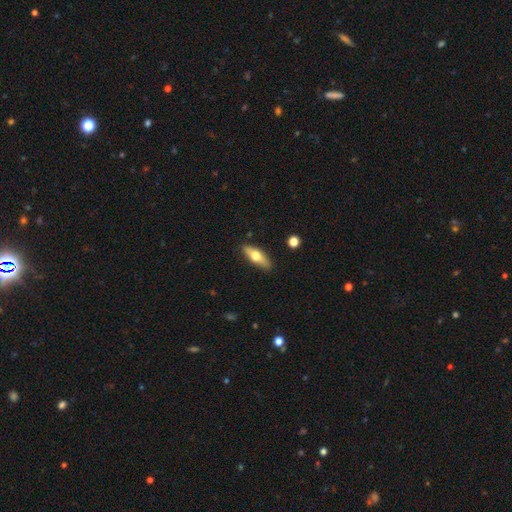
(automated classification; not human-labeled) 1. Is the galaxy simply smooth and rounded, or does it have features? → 55% smooth, 39% featured or disk, 6% star or artifact.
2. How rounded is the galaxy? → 55% in between, 42% cigar-shaped, 3% round.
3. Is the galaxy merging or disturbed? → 87% none, 10% minor disturbance, 2% major disturbance, 2% merger.